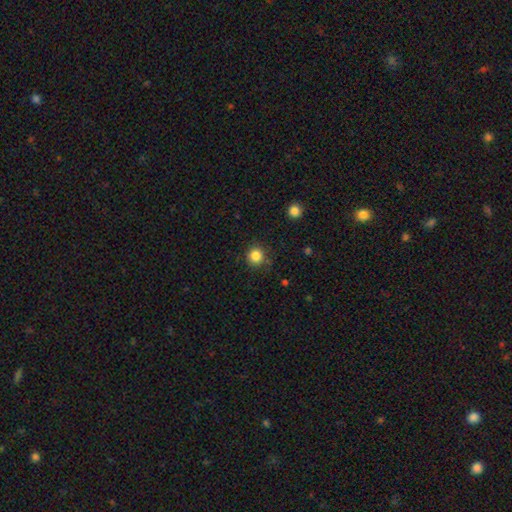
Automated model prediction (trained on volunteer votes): A smooth galaxy with no disk features (84%) that is round (93%).

Vote fractions:
- Smooth or featured? smooth: 84% / star or artifact: 11% / featured or disk: 4%
- How rounded? round: 93% / in between: 6% / cigar-shaped: 1%
- Merging? none: 85% / minor disturbance: 10% / major disturbance: 3% / merger: 2%